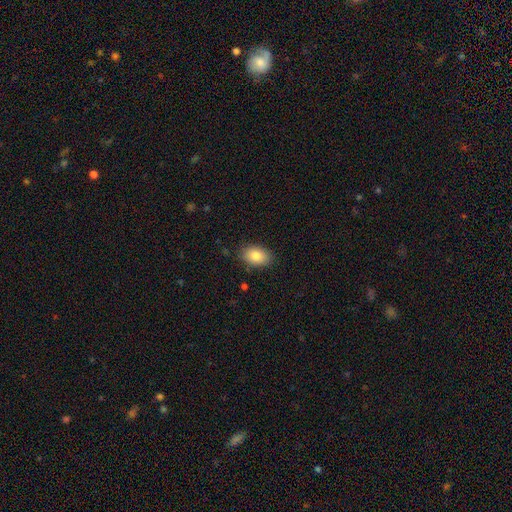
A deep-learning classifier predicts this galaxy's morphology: Smooth or featured?
  - smooth: 85% *
  - featured or disk: 8%
  - star or artifact: 7%
How rounded?
  - in between: 87% *
  - round: 12%
  - cigar-shaped: 1%
Merging?
  - none: 86% *
  - minor disturbance: 11%
  - major disturbance: 2%
  - merger: 1%